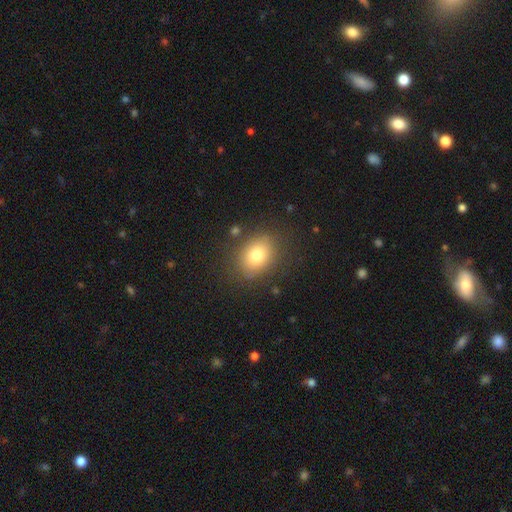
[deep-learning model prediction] A smooth galaxy with no disk features (77%) that is in between round and cigar-shaped (59%). Merging: none (83%).